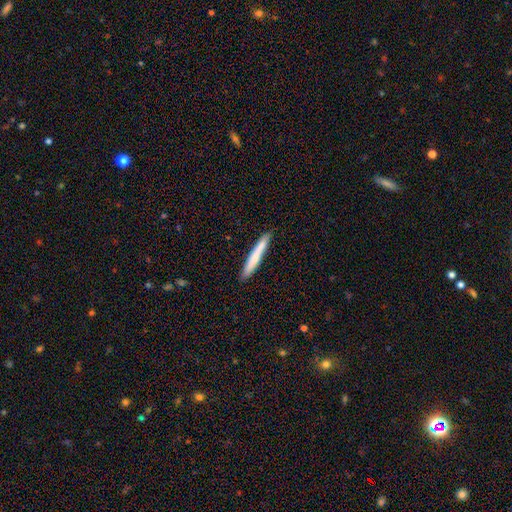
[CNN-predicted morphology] Smooth or featured? Predicted: smooth (p=0.74). How rounded? Predicted: cigar-shaped (p=0.96). Merging? Predicted: none (p=0.89).